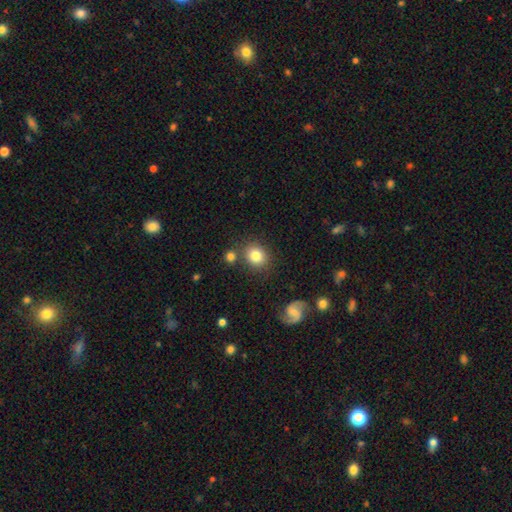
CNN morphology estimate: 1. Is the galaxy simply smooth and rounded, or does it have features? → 81% smooth, 10% featured or disk, 9% star or artifact.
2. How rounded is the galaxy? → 74% round, 25% in between, 1% cigar-shaped.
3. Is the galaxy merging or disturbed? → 76% none, 11% minor disturbance, 10% merger, 3% major disturbance.